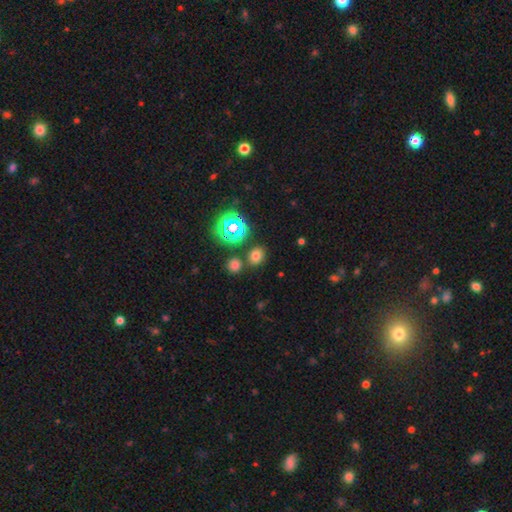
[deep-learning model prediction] Smooth or featured? Predicted: smooth (p=0.68). How rounded? Predicted: round (p=0.59). Merging? Predicted: none (p=0.78).